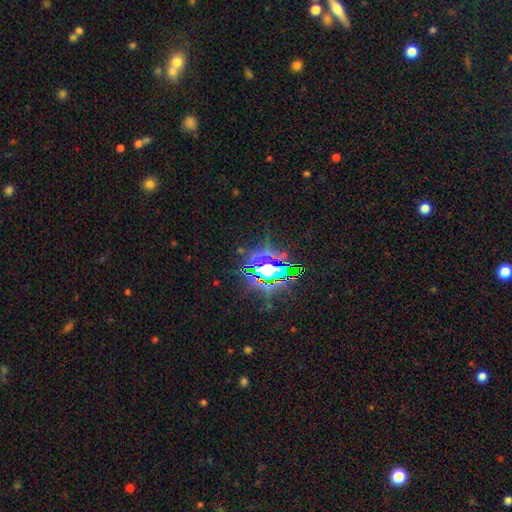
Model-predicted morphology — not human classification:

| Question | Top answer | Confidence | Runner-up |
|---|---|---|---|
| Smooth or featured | star or artifact | 77% | smooth (13%) |